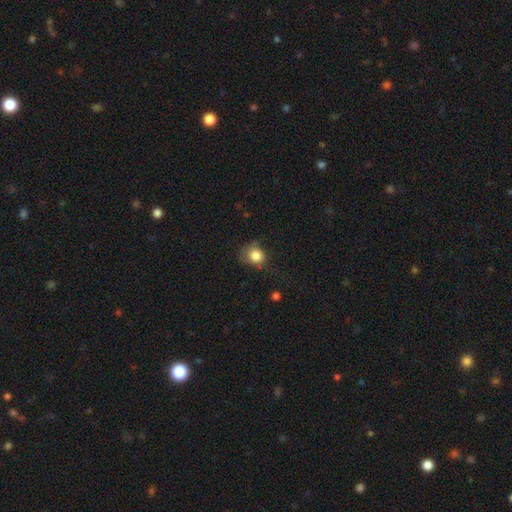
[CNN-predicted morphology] Smooth or featured: smooth — 83% (star or artifact — 10%)
How rounded: round — 74% (in between — 25%)
Merging: none — 50% (minor disturbance — 32%)